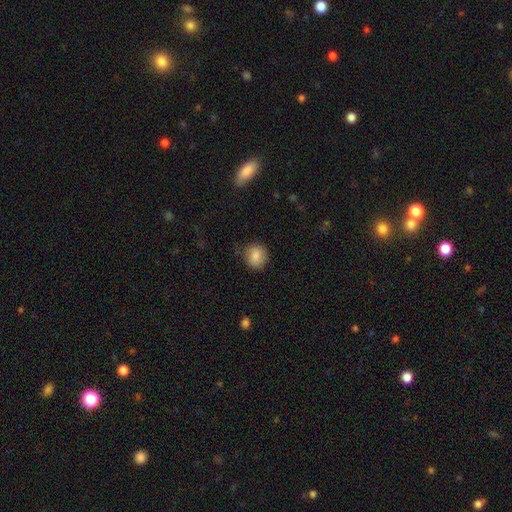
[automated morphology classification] Smooth or featured: smooth — 85% (star or artifact — 9%)
How rounded: round — 79% (in between — 20%)
Merging: none — 78% (minor disturbance — 17%)